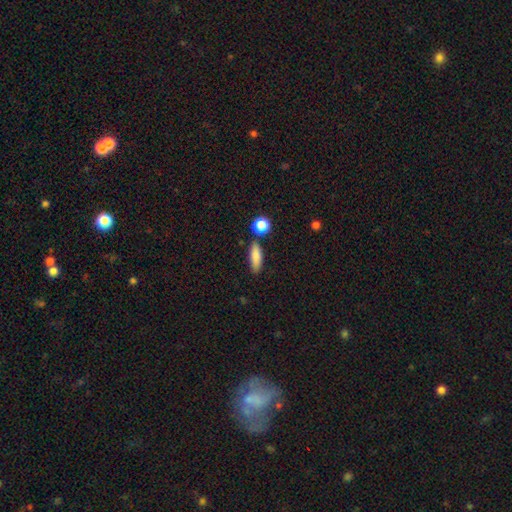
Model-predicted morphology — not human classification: This is clearly a smooth galaxy (85%). How rounded: possibly in between (60%). Merging: likely none (76%).